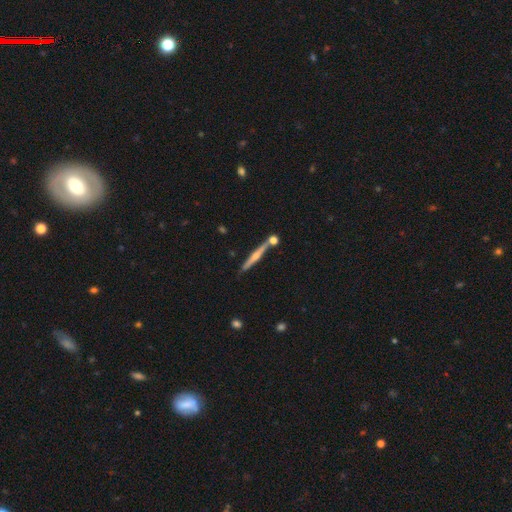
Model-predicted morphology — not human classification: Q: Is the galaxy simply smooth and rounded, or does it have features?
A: featured or disk — 63%.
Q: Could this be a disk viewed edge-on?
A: yes — 97%.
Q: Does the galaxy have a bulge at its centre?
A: rounded — 77%.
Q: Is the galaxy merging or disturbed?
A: none — 76%.